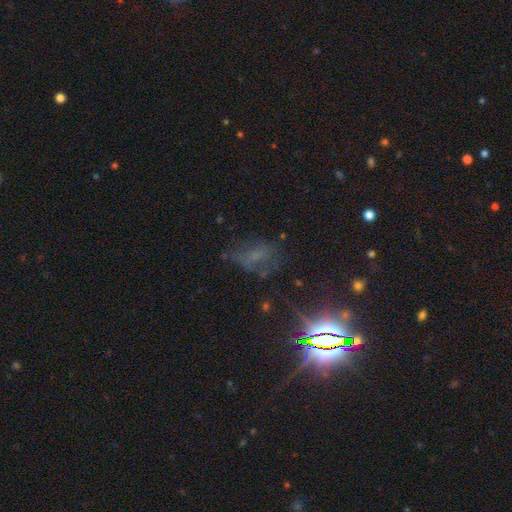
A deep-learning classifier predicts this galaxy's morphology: Smooth or featured: star or artifact — 44% (featured or disk — 30%)